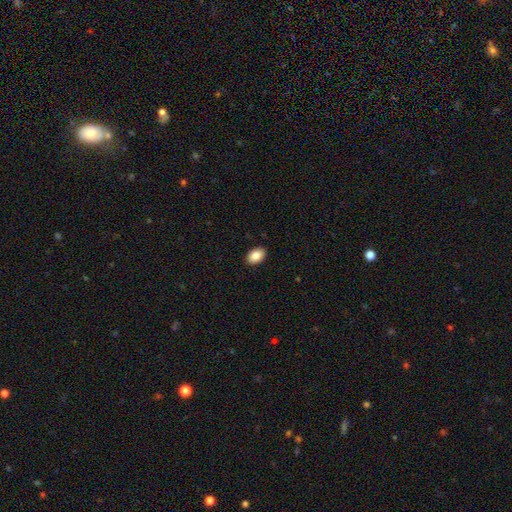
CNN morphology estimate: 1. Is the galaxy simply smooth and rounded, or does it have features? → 87% smooth, 7% star or artifact, 5% featured or disk.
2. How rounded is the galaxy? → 87% in between, 12% round, 1% cigar-shaped.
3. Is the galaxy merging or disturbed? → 90% none, 7% minor disturbance, 2% major disturbance, 1% merger.